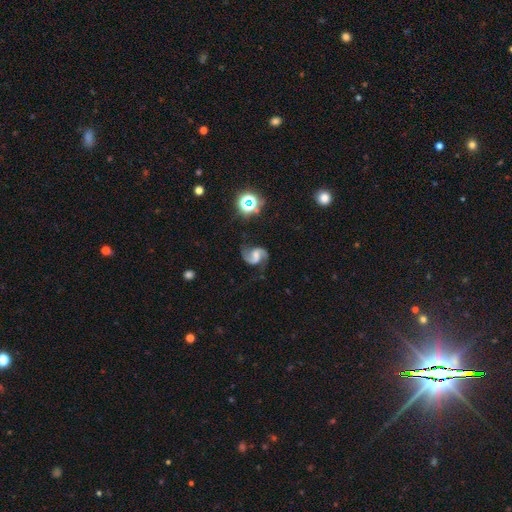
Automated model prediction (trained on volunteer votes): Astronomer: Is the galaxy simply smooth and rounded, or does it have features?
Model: featured or disk — 86%.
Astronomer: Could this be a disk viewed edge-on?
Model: no — 98%.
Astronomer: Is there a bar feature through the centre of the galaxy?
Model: weak — 49% (runner-up: no, 30%).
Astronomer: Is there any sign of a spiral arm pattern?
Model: yes — 98%.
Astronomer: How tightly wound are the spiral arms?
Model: medium — 50% (runner-up: loose, 41%).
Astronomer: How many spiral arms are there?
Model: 2 — 94%.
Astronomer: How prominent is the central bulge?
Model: moderate — 33% (runner-up: small, 32%).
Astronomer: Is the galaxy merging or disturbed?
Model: none — 77%.